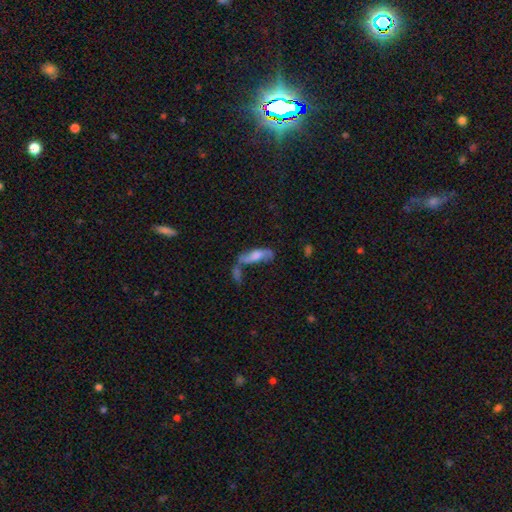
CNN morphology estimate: A smooth galaxy with no disk features (49%). Merging: merger (36%).